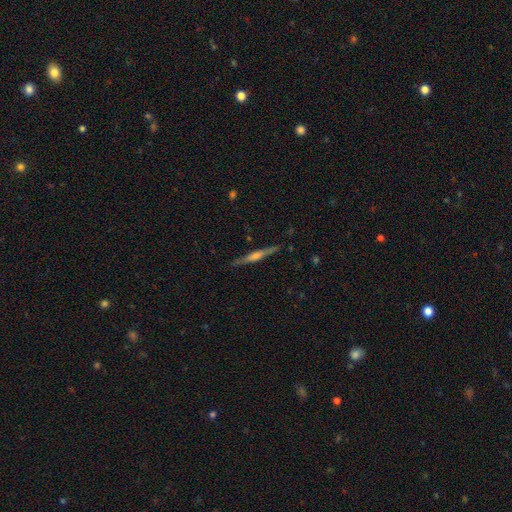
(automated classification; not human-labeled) featured or disk 68%, smooth 26%, star or artifact 6%. Down the decision tree: edge-on disk — yes (98%); edge-on bulge — rounded (67%); merging — none (89%).